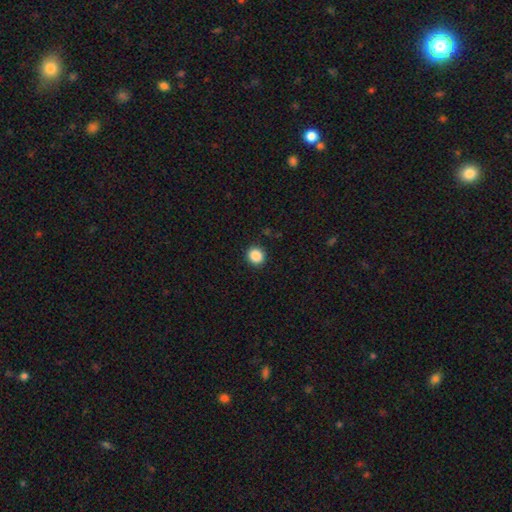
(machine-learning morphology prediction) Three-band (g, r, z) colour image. It shows a smooth galaxy with no disk features (88%) that is round (87%). Merging: none (91%).